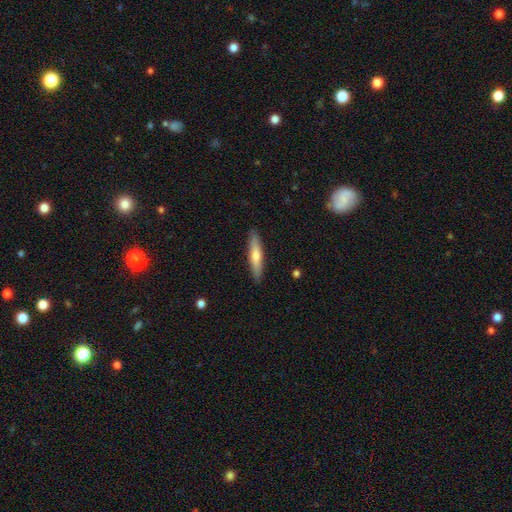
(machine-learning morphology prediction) A smooth galaxy with no disk features (62%) that is cigar-shaped (83%). Merging: none (89%).